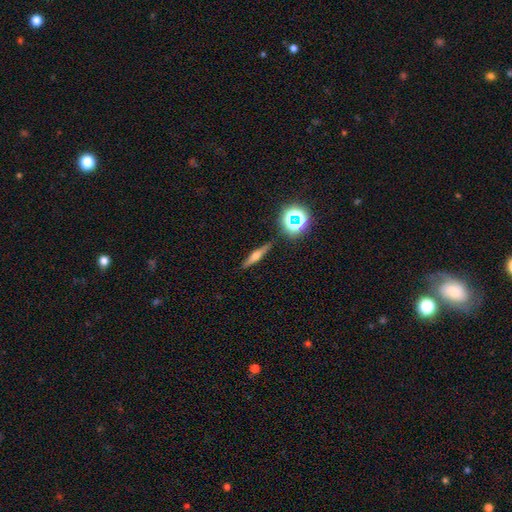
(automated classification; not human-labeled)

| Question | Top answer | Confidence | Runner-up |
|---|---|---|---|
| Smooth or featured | featured or disk | 47% | smooth (40%) |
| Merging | none | 87% | minor disturbance (9%) |